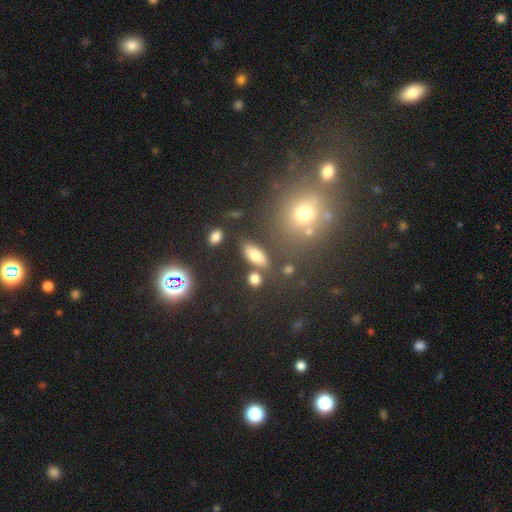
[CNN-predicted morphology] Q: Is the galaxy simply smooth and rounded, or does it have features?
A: smooth — 76%.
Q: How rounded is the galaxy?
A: in between — 80%.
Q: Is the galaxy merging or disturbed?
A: none — 76%.